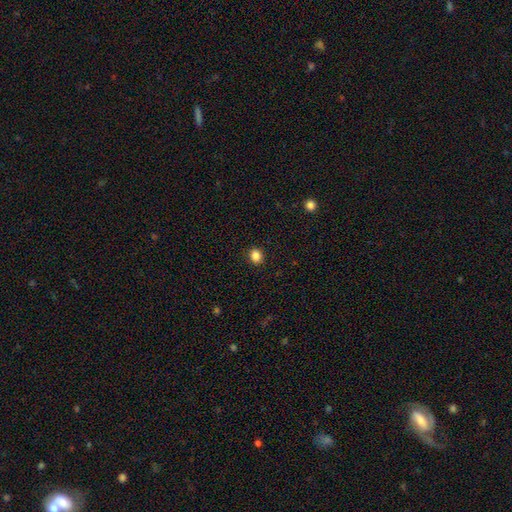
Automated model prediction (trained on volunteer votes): A smooth galaxy with no disk features (86%) that is round (63%). Merging: none (91%).